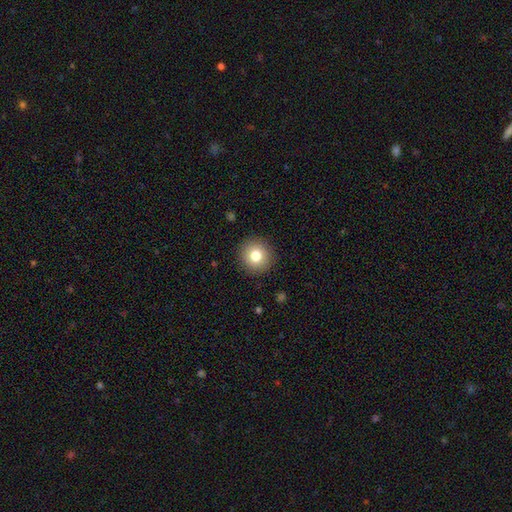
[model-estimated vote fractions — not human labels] Morphology: type=smooth (79%); roundness=round (94%); merging=none (91%).